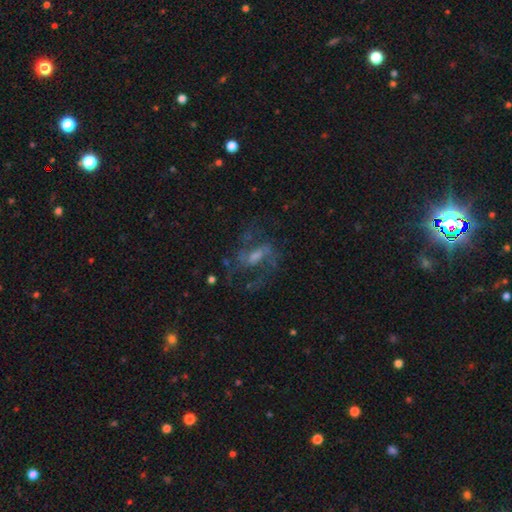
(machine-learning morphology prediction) smooth-or-featured: featured or disk: 74% | smooth: 15% | star or artifact: 11%
  disk-edge-on: no: 95% | yes: 5%
    bar: weak: 48% | strong: 28% | no: 24%
    has-spiral-arms: yes: 84% | no: 16%
      spiral-winding: medium: 49% | loose: 38% | tight: 13%
      spiral-arm-count: 2: 72% | can't tell: 13% | 3: 6% | 1: 5% | 4: 2% | more than 4: 2%
    bulge-size: moderate: 40% | small: 33% | none: 16% | large: 10% | dominant: 2%
  merging: none: 58% | major disturbance: 23% | minor disturbance: 16% | merger: 3%